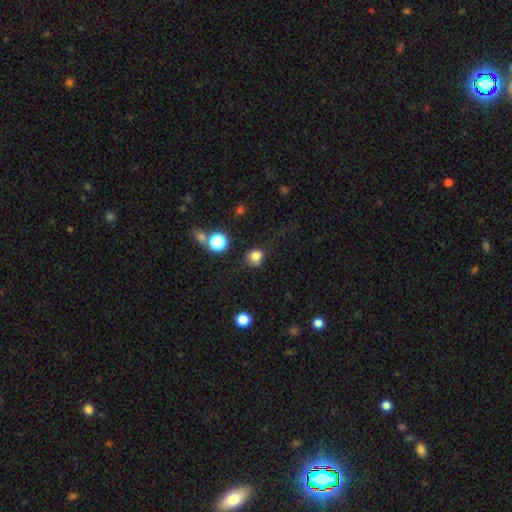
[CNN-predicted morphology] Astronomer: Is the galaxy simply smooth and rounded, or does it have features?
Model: smooth — 80%.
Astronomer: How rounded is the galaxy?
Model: round — 79%.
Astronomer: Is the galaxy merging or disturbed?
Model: none — 67%.